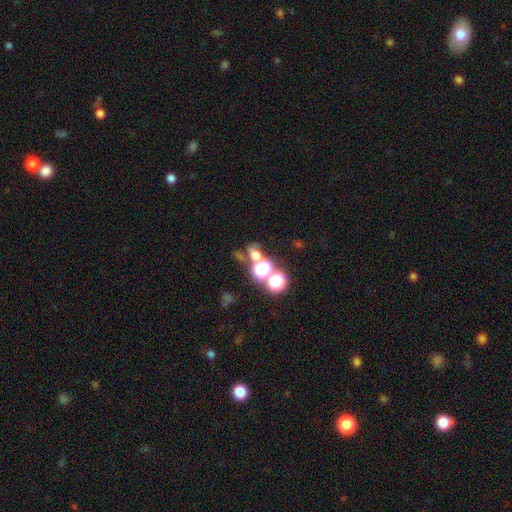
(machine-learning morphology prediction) Smooth or featured?
  - smooth: 46% *
  - star or artifact: 37%
  - featured or disk: 16%
Merging?
  - none: 44% *
  - merger: 33%
  - minor disturbance: 11%
  - major disturbance: 11%